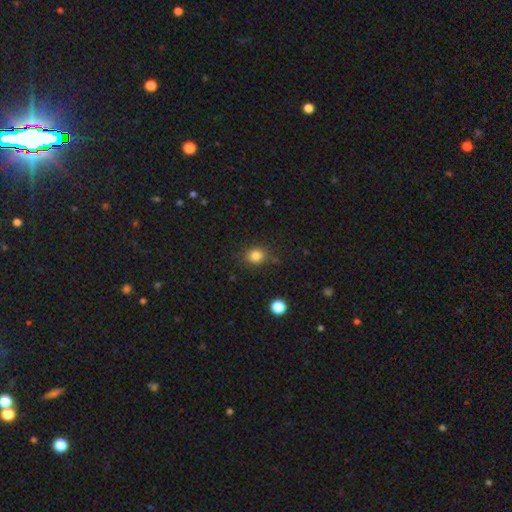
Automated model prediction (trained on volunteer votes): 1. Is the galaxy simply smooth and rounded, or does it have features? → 83% smooth, 12% star or artifact, 5% featured or disk.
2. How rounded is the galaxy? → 72% round, 27% in between, 1% cigar-shaped.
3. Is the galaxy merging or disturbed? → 82% none, 12% minor disturbance, 3% major disturbance, 3% merger.